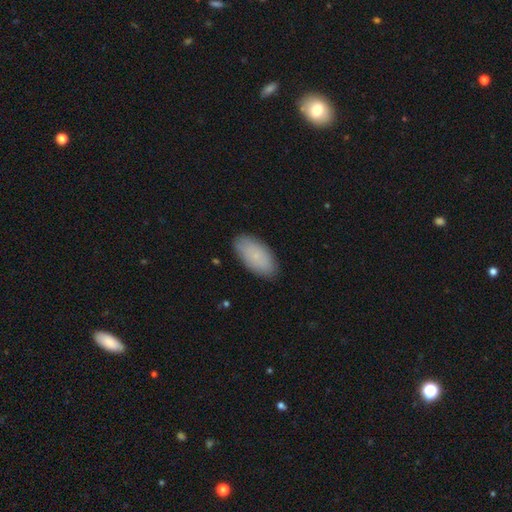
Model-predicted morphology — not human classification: smooth_or_featured: smooth (p=0.81) [alt: featured or disk p=0.12]
how_rounded: in between (p=0.94) [alt: cigar-shaped p=0.04]
merging: none (p=0.86) [alt: minor disturbance p=0.11]